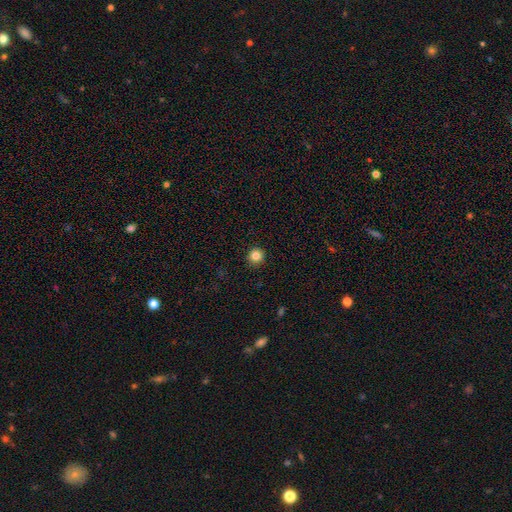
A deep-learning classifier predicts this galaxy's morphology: type=smooth (84%); roundness=round (94%); merging=none (92%).